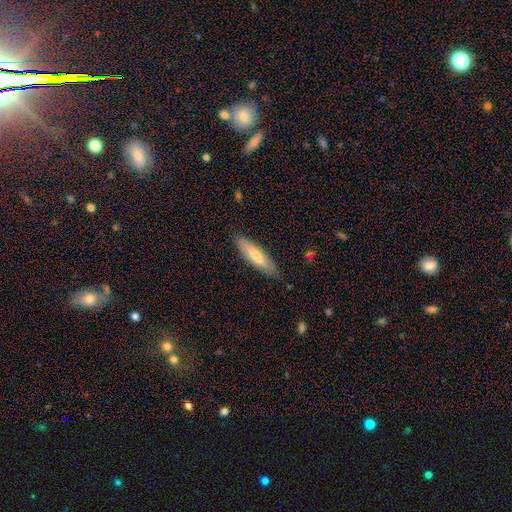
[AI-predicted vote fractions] Smooth or featured: smooth — 69% (featured or disk — 25%)
How rounded: cigar-shaped — 70% (in between — 29%)
Merging: none — 85% (minor disturbance — 11%)